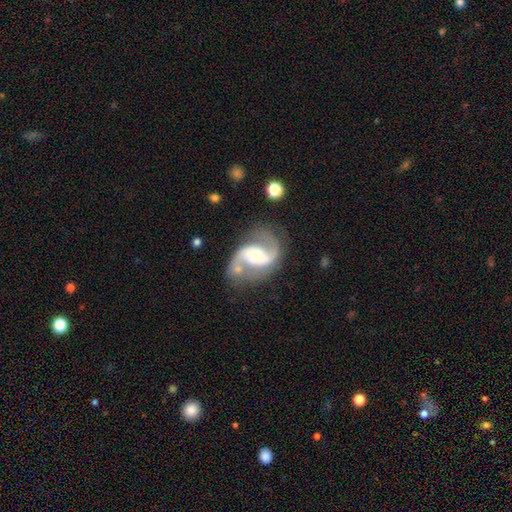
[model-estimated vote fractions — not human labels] smooth-or-featured: featured or disk: 90% | smooth: 6% | star or artifact: 5%
  disk-edge-on: no: 98% | yes: 2%
    bar: no: 42% | weak: 37% | strong: 21%
    has-spiral-arms: yes: 97% | no: 3%
      spiral-winding: medium: 52% | loose: 37% | tight: 12%
      spiral-arm-count: 2: 92% | 1: 2% | can't tell: 2% | 3: 1% | 4: 1% | more than 4: 1%
    bulge-size: moderate: 54% | small: 36% | large: 7% | none: 2% | dominant: 1%
  merging: none: 63% | minor disturbance: 17% | merger: 10% | major disturbance: 10%